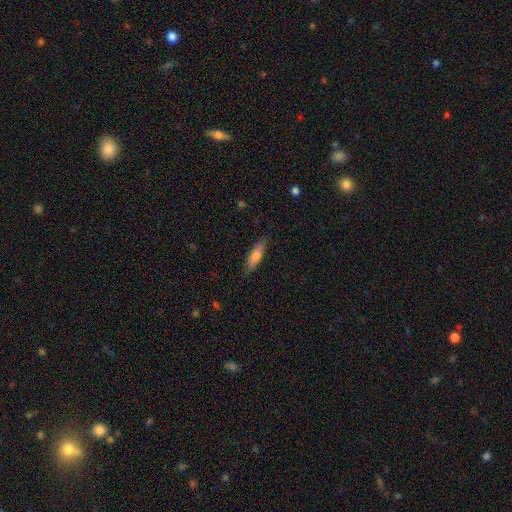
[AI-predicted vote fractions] Morphology: type=smooth (77%); roundness=cigar-shaped (53%); merging=none (80%).